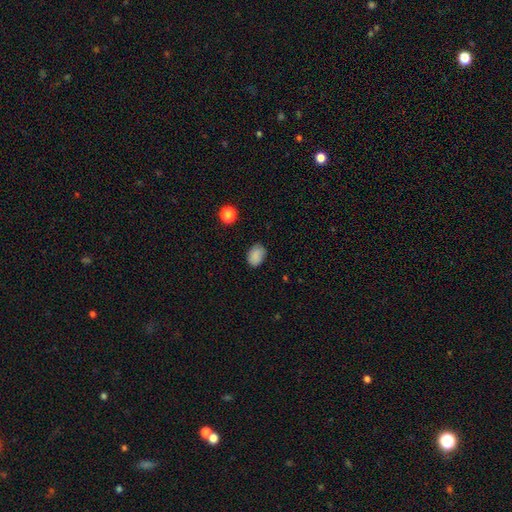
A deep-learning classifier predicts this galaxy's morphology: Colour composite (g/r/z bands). It shows a smooth galaxy with no disk features (86%) that is in between round and cigar-shaped (79%). Merging: none (80%).